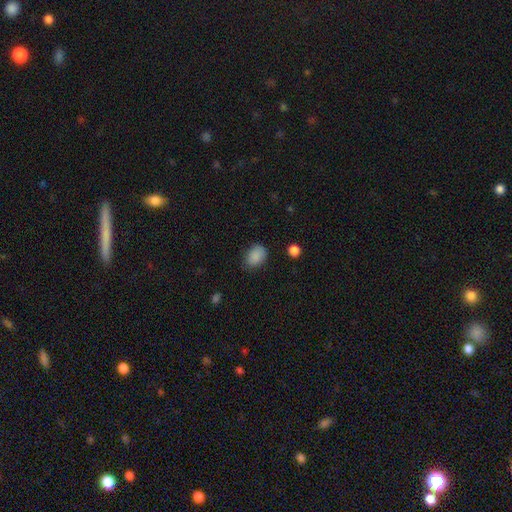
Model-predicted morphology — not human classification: Smooth or featured: smooth — 87% (star or artifact — 9%)
How rounded: in between — 76% (round — 23%)
Merging: none — 75% (minor disturbance — 19%)